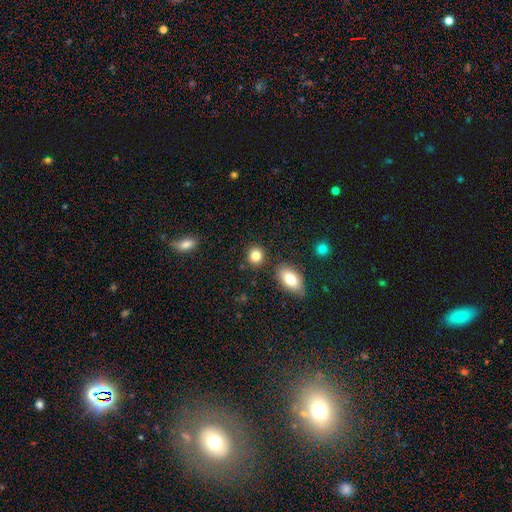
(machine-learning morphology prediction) Overall: smooth (84%). How rounded: round (74%). Merging: none (84%).